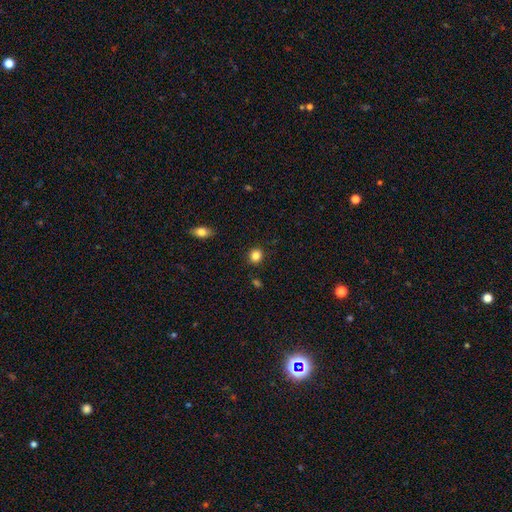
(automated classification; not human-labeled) smooth 85%, star or artifact 10%, featured or disk 4%. Down the decision tree: how rounded — round (77%); merging — none (89%).